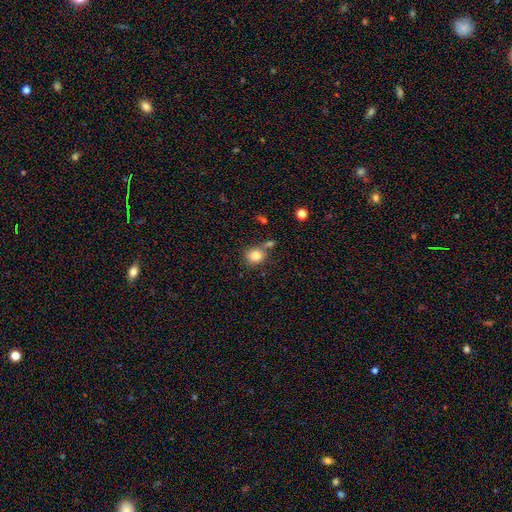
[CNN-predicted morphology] A smooth galaxy with no disk features (82%) that is round (80%).

Vote fractions:
- Smooth or featured? smooth: 82% / star or artifact: 10% / featured or disk: 8%
- How rounded? round: 80% / in between: 19% / cigar-shaped: 1%
- Merging? none: 66% / merger: 17% / minor disturbance: 13% / major disturbance: 4%